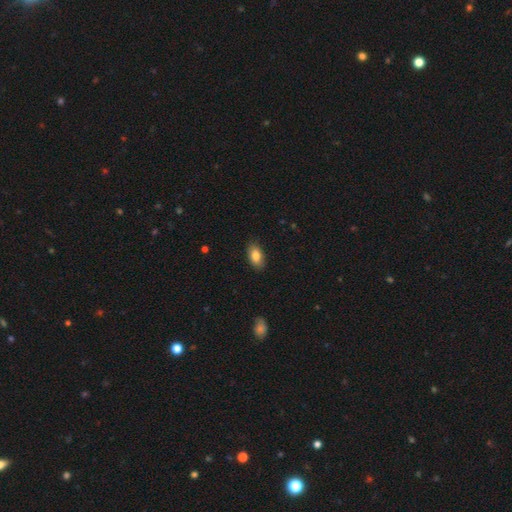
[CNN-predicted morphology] This appears to be a smooth galaxy with no disk features (83%) that is in between round and cigar-shaped (92%). Merging: none (87%).